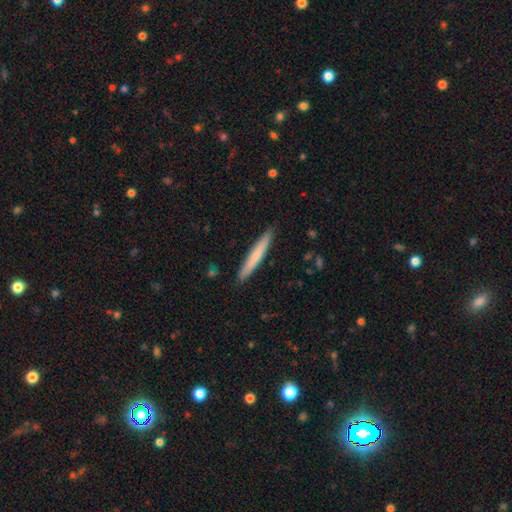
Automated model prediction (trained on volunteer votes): The model was most divided on "smooth or featured": smooth: 67%, featured or disk: 28%, star or artifact: 5%. More confident: how rounded — cigar-shaped (96%); merging — none (91%).